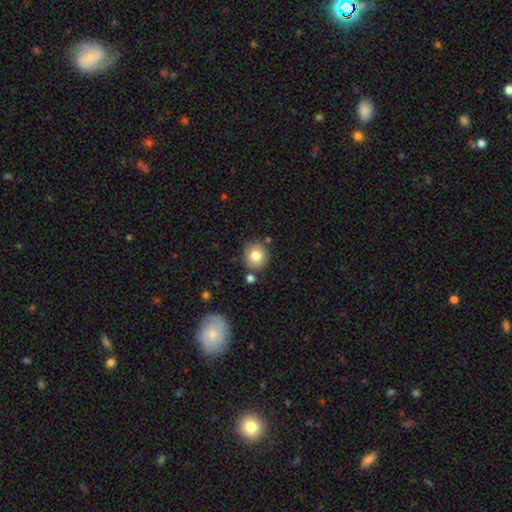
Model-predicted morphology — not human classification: Smooth or featured? Predicted: smooth (p=0.80). How rounded? Predicted: round (p=0.90). Merging? Predicted: none (p=0.81).